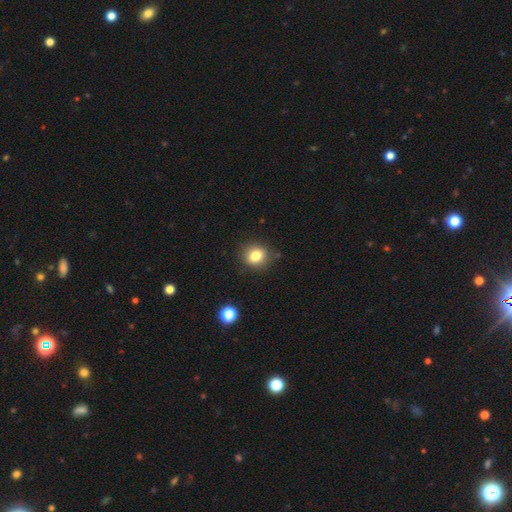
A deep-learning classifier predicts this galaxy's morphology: smooth_or_featured: smooth (p=0.81) [alt: star or artifact p=0.11]
how_rounded: round (p=0.63) [alt: in between p=0.36]
merging: none (p=0.83) [alt: minor disturbance p=0.12]